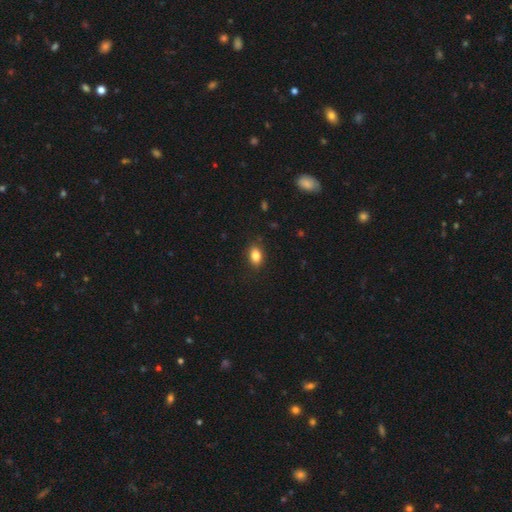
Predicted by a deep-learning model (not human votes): This is clearly a smooth galaxy (85%). How rounded: clearly in between (82%). Merging: clearly none (87%).